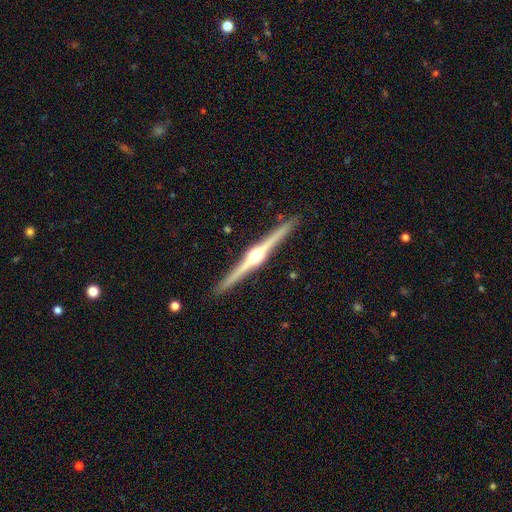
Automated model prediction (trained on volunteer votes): Smooth or featured? featured or disk (89%)
Edge-on disk? yes (99%)
Edge-on bulge? rounded (94%)
Merging? none (93%)